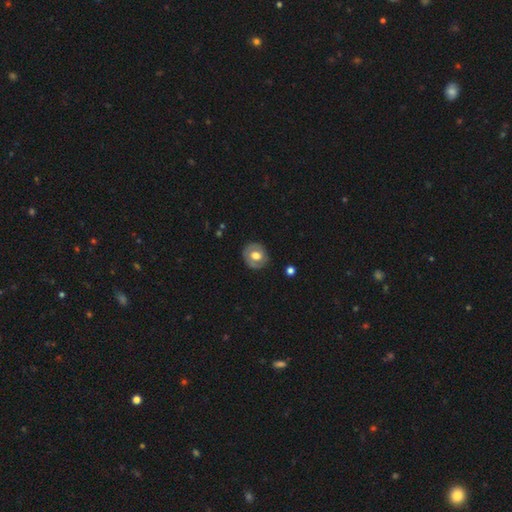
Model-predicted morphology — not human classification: type=smooth (51%); roundness=round (80%); merging=none (82%).